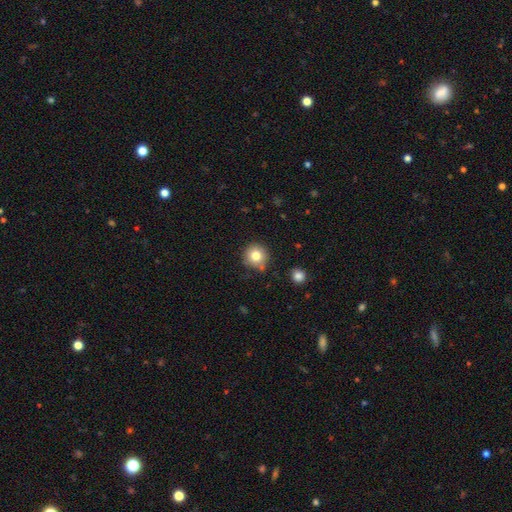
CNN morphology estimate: Smooth or featured? Predicted: smooth (p=0.79). How rounded? Predicted: round (p=0.94). Merging? Predicted: none (p=0.81).